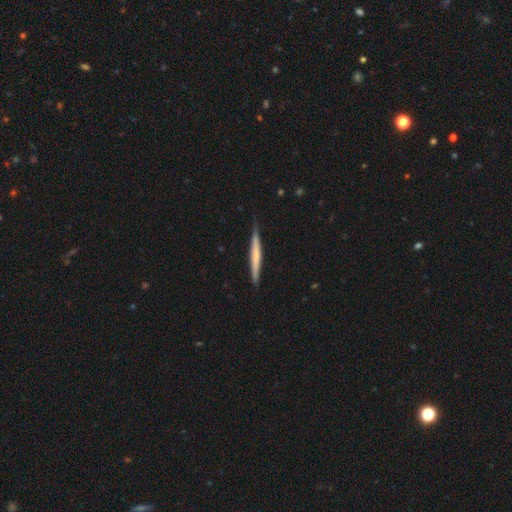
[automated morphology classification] A smooth galaxy with no disk features (50%). Merging: none (86%).